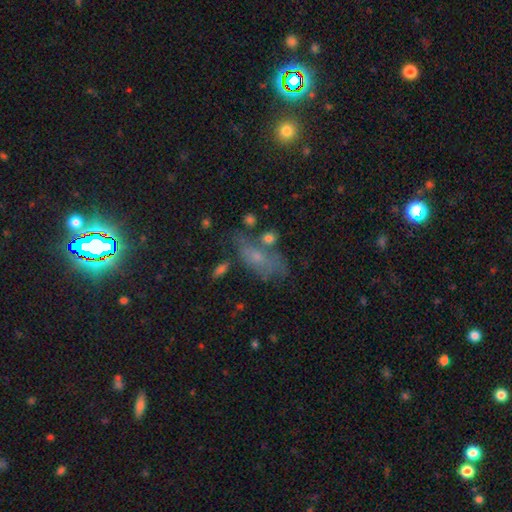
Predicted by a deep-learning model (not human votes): Q: Smooth or featured?
A: smooth (44%); runner-up: featured or disk (28%)
Q: Merging?
A: none (49%); runner-up: minor disturbance (23%)